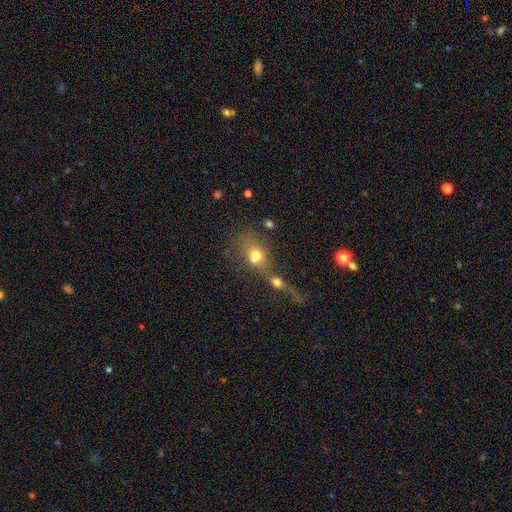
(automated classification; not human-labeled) A smooth galaxy with no disk features (67%) that is in between round and cigar-shaped (54%).

Vote fractions:
- Smooth or featured? smooth: 67% / featured or disk: 19% / star or artifact: 13%
- How rounded? in between: 54% / round: 43% / cigar-shaped: 3%
- Merging? merger: 59% / none: 20% / major disturbance: 13% / minor disturbance: 8%